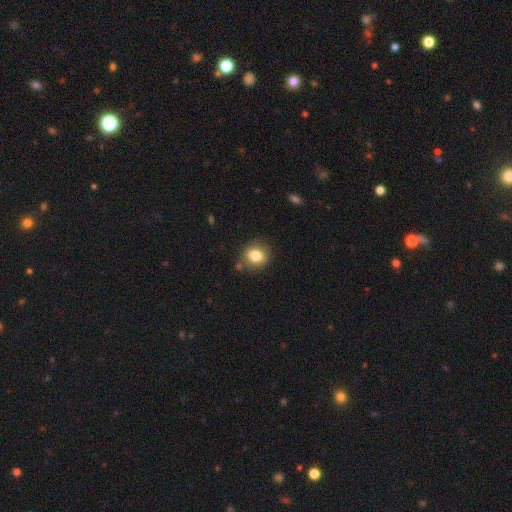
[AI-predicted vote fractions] Smooth or featured?
  - smooth: 79% *
  - featured or disk: 11%
  - star or artifact: 10%
How rounded?
  - round: 69% *
  - in between: 30%
  - cigar-shaped: 1%
Merging?
  - none: 81% *
  - minor disturbance: 12%
  - merger: 4%
  - major disturbance: 3%